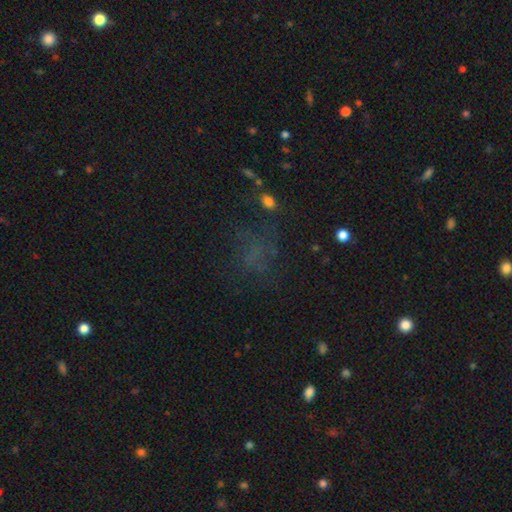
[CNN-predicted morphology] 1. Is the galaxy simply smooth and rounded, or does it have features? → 47% star or artifact, 39% smooth, 15% featured or disk.